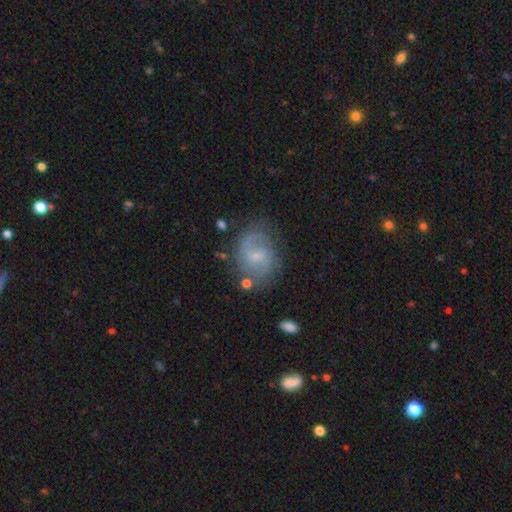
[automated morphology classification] A featured or disk galaxy (71%) with a weak bar (59%), 2 (77%) medium (47%) spiral arms (90%) and a small central bulge (65%). Merging: none (68%).